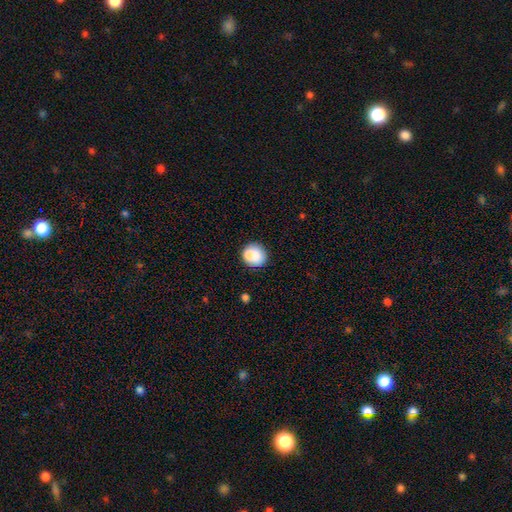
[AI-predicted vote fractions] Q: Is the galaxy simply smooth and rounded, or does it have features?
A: smooth — 80%.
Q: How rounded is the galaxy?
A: round — 80%.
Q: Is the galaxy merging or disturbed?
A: none — 67%.